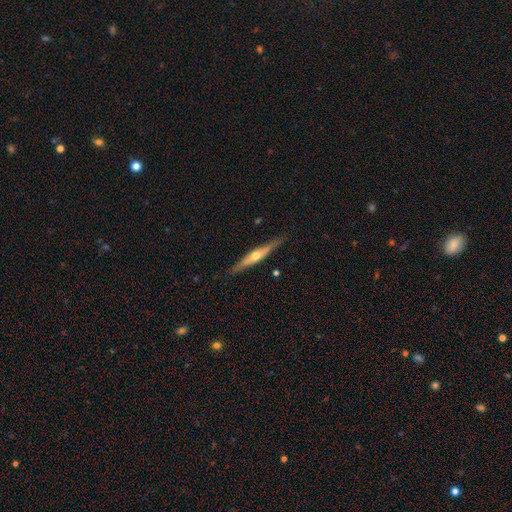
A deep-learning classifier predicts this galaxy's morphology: This appears to be a featured or disk galaxy (69%) viewed edge-on (96%) with a rounded central bulge (89%). Merging: none (88%).